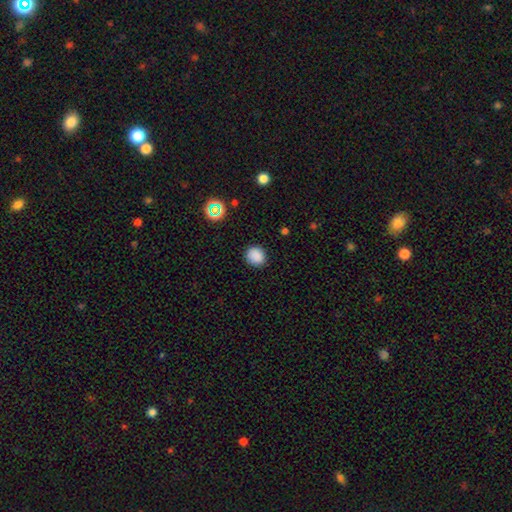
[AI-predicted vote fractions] smooth_or_featured: smooth (p=0.85) [alt: star or artifact p=0.12]
how_rounded: round (p=0.85) [alt: in between p=0.14]
merging: none (p=0.88) [alt: minor disturbance p=0.08]